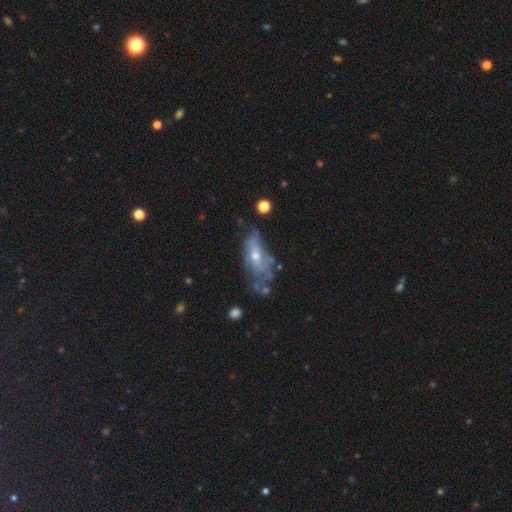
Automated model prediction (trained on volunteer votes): This appears to be a featured or disk galaxy (60%) with no bar (74%), no spiral arms (65%) and a moderate central bulge (48%). Merging: none (36%).